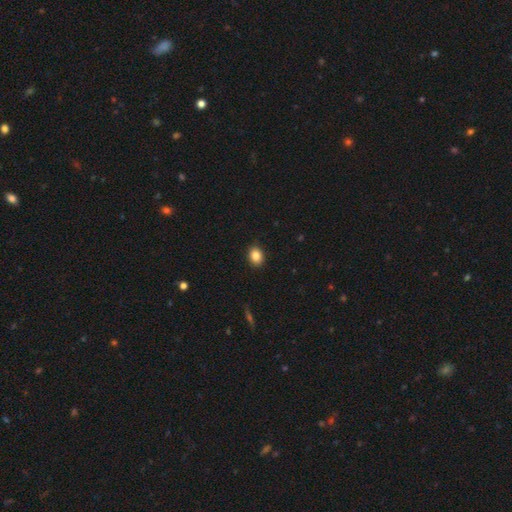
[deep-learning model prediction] Smooth or featured?
  - smooth: 86% *
  - star or artifact: 9%
  - featured or disk: 5%
How rounded?
  - in between: 59% *
  - round: 40%
  - cigar-shaped: 1%
Merging?
  - none: 90% *
  - minor disturbance: 7%
  - major disturbance: 2%
  - merger: 1%